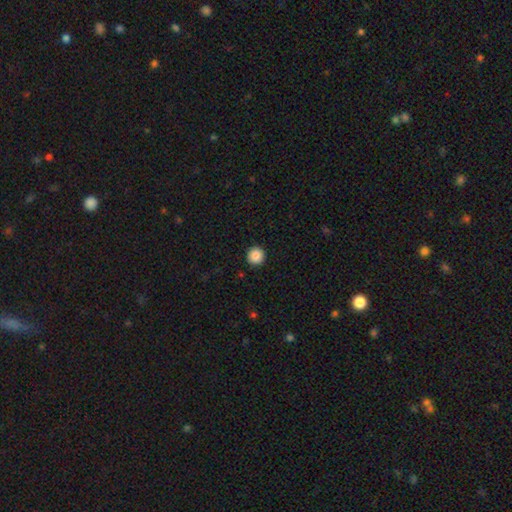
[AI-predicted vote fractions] Q: Smooth or featured?
A: smooth (88%); runner-up: star or artifact (9%)
Q: How rounded?
A: round (96%); runner-up: in between (3%)
Q: Merging?
A: none (93%); runner-up: minor disturbance (5%)